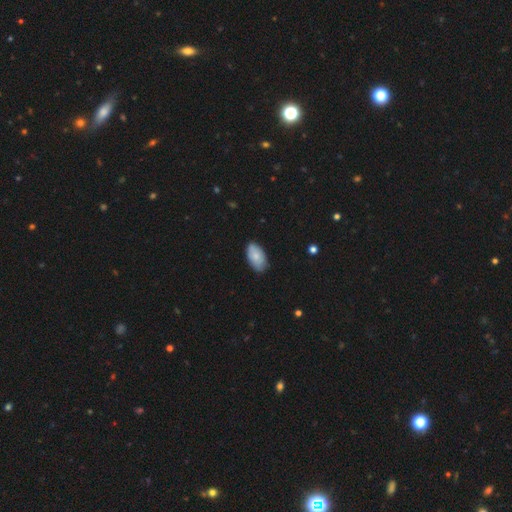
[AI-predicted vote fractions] Morphology: type=smooth (81%); roundness=in between (95%); merging=none (82%).